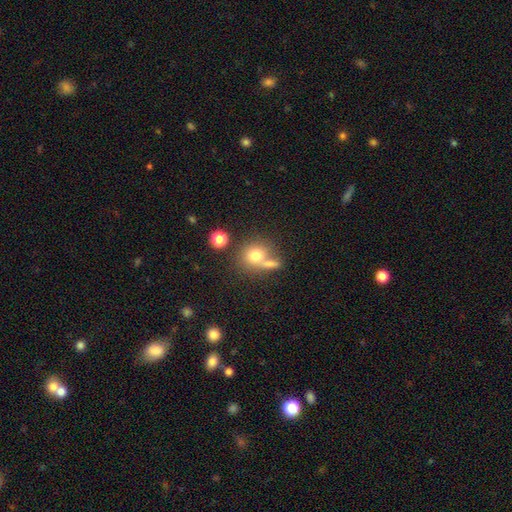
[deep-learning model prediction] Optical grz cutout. It shows a smooth galaxy with no disk features (74%) that is round (77%). Merging: none (51%).